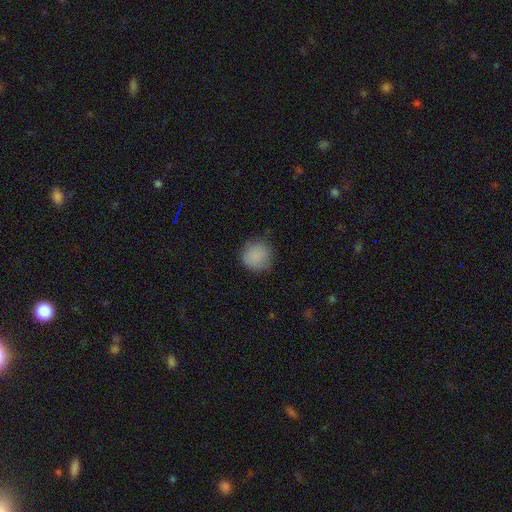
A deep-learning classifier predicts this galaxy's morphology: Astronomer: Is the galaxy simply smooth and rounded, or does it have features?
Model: smooth — 85%.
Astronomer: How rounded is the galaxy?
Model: round — 91%.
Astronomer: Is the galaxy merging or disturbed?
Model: none — 77%.